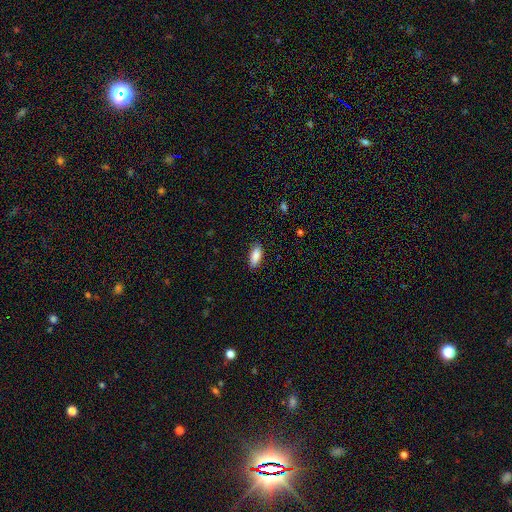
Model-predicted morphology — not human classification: Smooth or featured? smooth (88%)
How rounded? in between (85%)
Merging? none (83%)